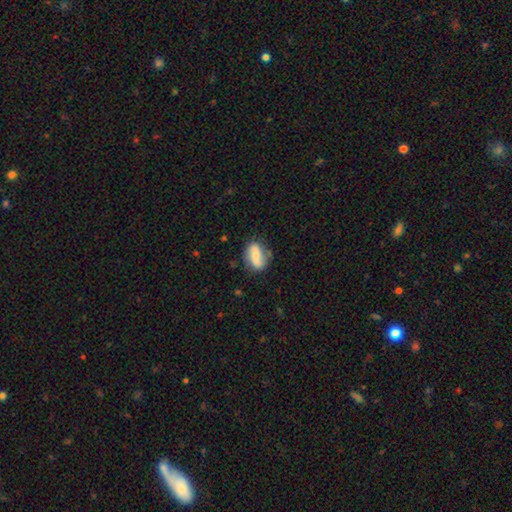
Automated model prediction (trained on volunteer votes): Overall: featured or disk (56%; smooth 37%). Edge-on disk: no (96%). Bar: no (42%; weak 35%). Spiral arms: yes (85%). Bulge size: small (49%; moderate 39%). Merging: none (71%).